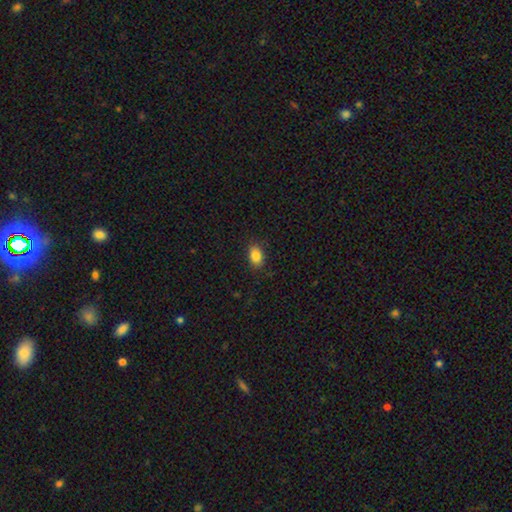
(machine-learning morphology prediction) Smooth or featured: smooth — 86% (star or artifact — 9%)
How rounded: in between — 86% (round — 13%)
Merging: none — 86% (minor disturbance — 11%)